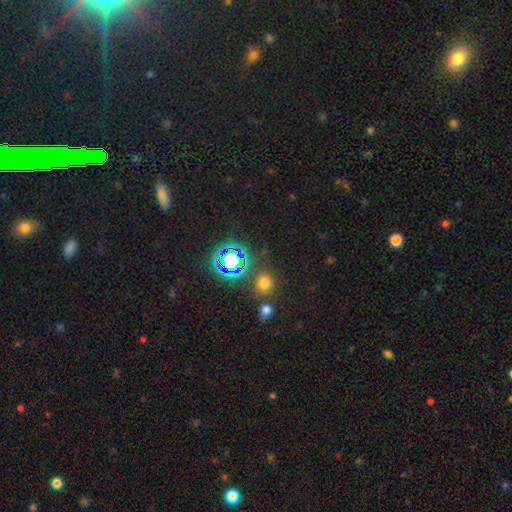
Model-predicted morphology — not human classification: A star or artifact, not a galaxy (71%).

Vote fractions:
- Smooth or featured? star or artifact: 71% / smooth: 20% / featured or disk: 9%